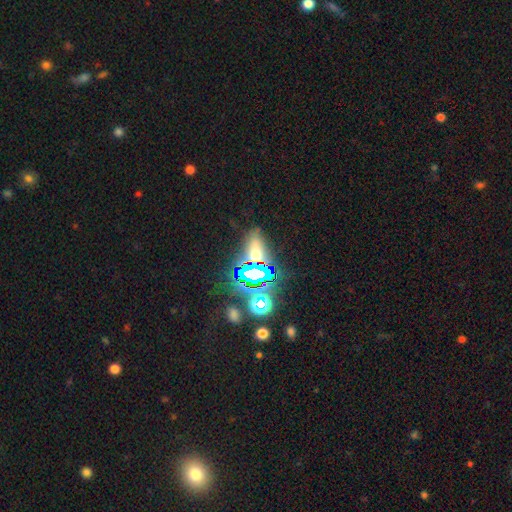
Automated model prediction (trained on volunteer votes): Smooth or featured?
  - star or artifact: 51% *
  - smooth: 35%
  - featured or disk: 14%